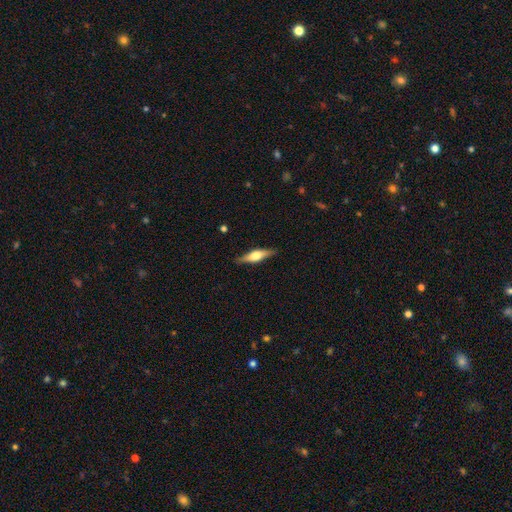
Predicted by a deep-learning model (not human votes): Morphology: type=featured or disk (59%); edge-on=yes (95%); edge-on bulge=rounded (91%); merging=none (87%).